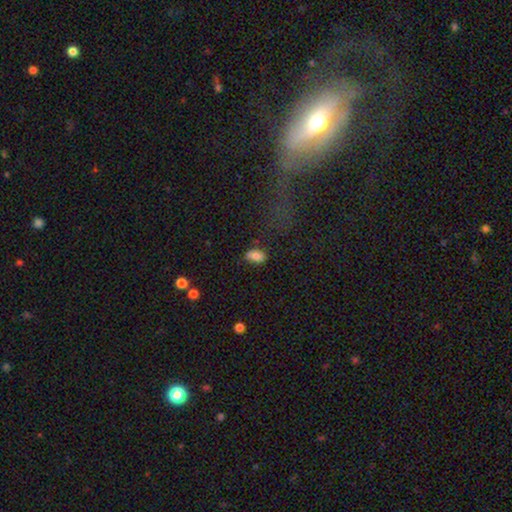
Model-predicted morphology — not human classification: type=smooth (79%); roundness=in between (89%); merging=none (71%).